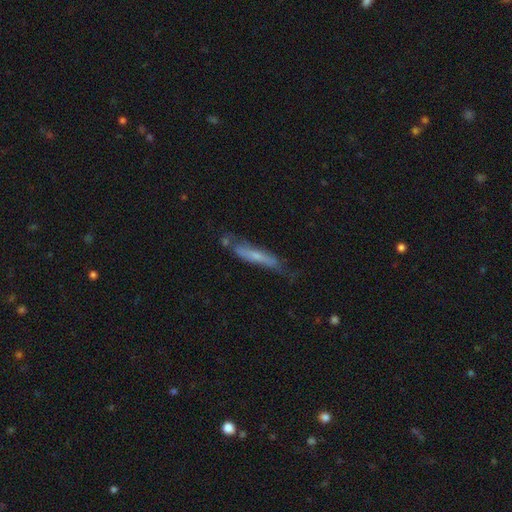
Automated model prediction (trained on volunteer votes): A featured or disk galaxy (47%). Merging: none (54%).